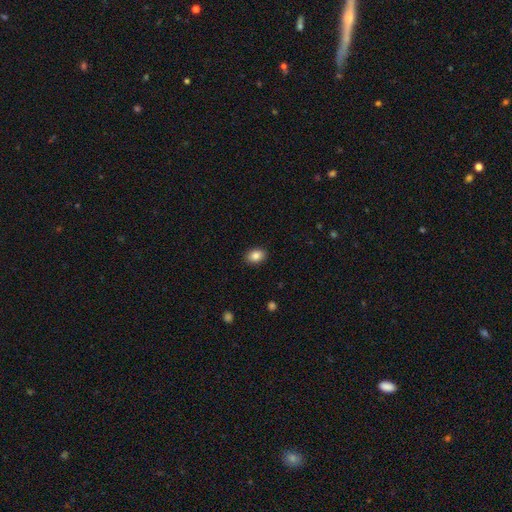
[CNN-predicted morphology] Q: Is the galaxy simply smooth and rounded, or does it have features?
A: smooth — 86%.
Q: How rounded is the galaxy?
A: in between — 77%.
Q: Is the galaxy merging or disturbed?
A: none — 89%.